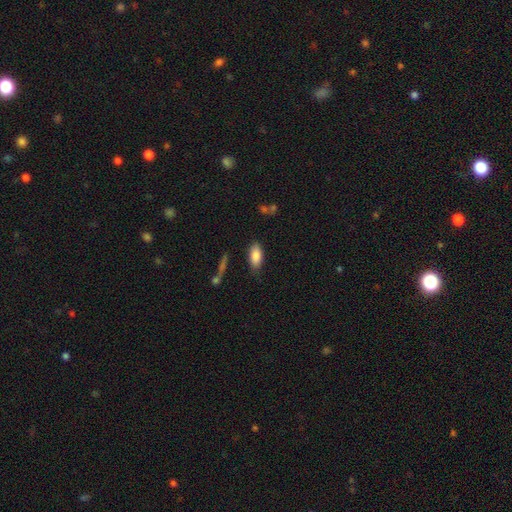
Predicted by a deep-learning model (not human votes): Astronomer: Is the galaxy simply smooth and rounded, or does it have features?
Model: smooth — 84%.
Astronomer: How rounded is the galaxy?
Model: in between — 88%.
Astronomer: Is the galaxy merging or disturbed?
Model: none — 81%.